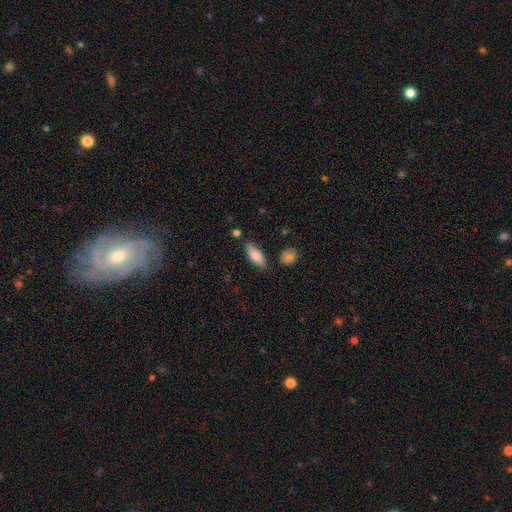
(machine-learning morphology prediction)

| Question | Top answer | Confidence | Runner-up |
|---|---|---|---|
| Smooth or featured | smooth | 81% | featured or disk (13%) |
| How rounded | in between | 72% | cigar-shaped (25%) |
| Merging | none | 77% | minor disturbance (15%) |